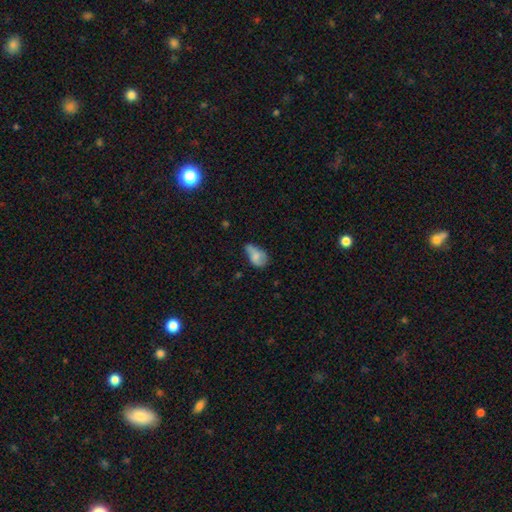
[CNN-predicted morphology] type=smooth (70%); roundness=in between (88%); merging=minor disturbance (43%).